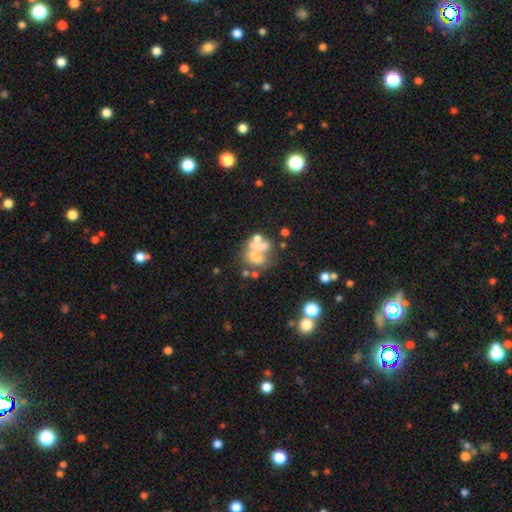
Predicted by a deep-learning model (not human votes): Smooth or featured?
  - smooth: 47% *
  - featured or disk: 33%
  - star or artifact: 20%
Merging?
  - merger: 45% *
  - none: 30%
  - major disturbance: 14%
  - minor disturbance: 11%